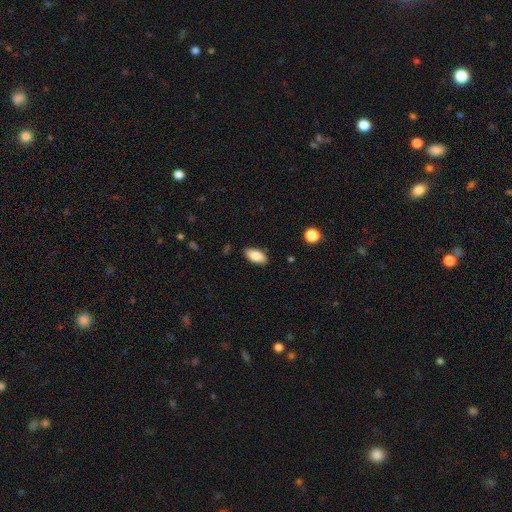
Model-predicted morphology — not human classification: The model was most divided on "merging": none: 85%, minor disturbance: 11%, major disturbance: 2%, merger: 1%. More confident: how rounded — in between (91%); smooth or featured — smooth (85%).